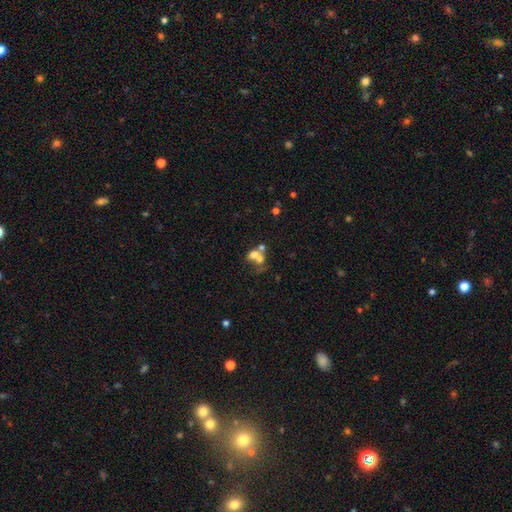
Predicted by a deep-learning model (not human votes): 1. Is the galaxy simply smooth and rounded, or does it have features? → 55% smooth, 29% featured or disk, 16% star or artifact.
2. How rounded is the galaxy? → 53% round, 46% in between, 2% cigar-shaped.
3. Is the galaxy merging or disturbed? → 61% merger, 24% none, 8% major disturbance, 7% minor disturbance.